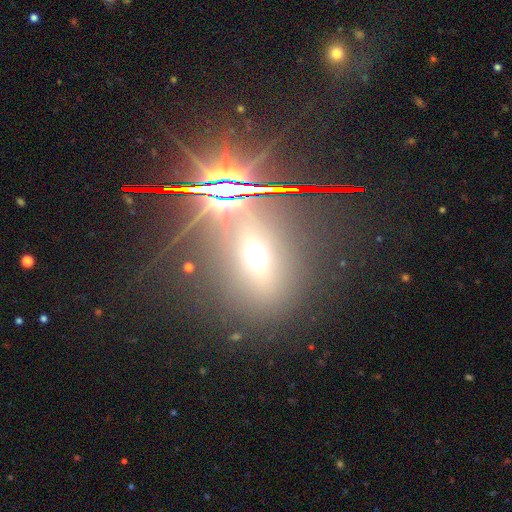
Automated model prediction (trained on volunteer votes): A star or artifact, not a galaxy (44%).

Vote fractions:
- Smooth or featured? star or artifact: 44% / smooth: 30% / featured or disk: 26%